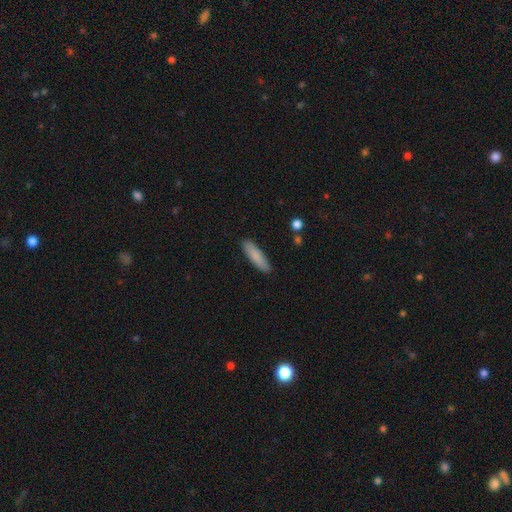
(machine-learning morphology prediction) A smooth galaxy with no disk features (83%) that is cigar-shaped (73%). Merging: none (88%).